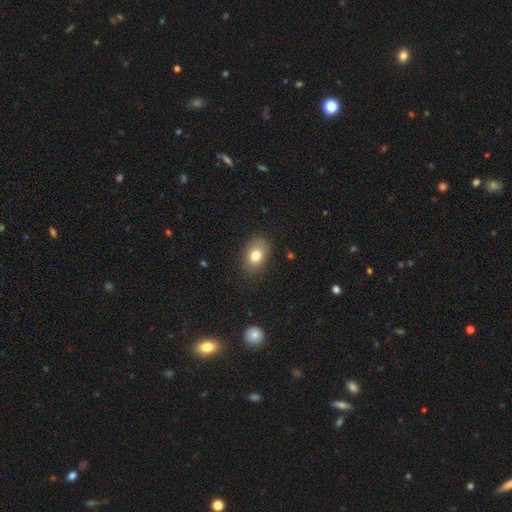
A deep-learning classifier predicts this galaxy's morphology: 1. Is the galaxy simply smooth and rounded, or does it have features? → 78% smooth, 12% featured or disk, 10% star or artifact.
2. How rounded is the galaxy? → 80% in between, 19% round, 1% cigar-shaped.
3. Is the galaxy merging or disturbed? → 83% none, 13% minor disturbance, 3% major disturbance, 1% merger.